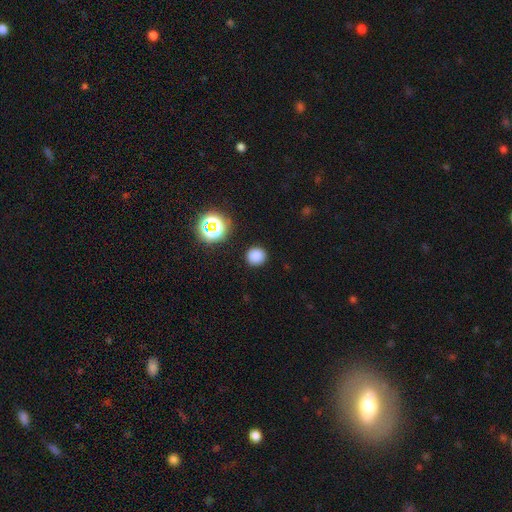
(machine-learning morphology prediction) This is likely a smooth galaxy (78%). How rounded: clearly round (90%). Merging: clearly none (89%).